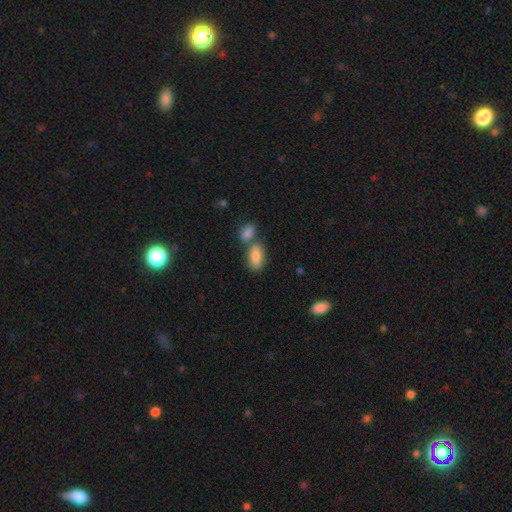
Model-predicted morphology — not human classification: smooth 85%, featured or disk 8%, star or artifact 7%. Down the decision tree: how rounded — in between (89%); merging — none (43%, tied with merger).